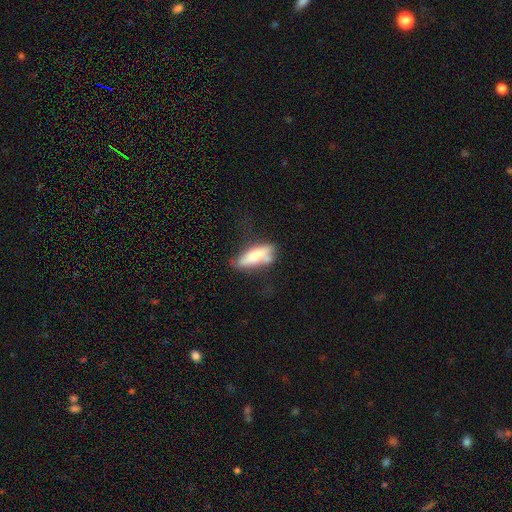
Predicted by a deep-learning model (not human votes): smooth_or_featured: smooth (p=0.71) [alt: featured or disk p=0.22]
how_rounded: in between (p=0.53) [alt: cigar-shaped p=0.45]
merging: none (p=0.44) [alt: minor disturbance p=0.29]